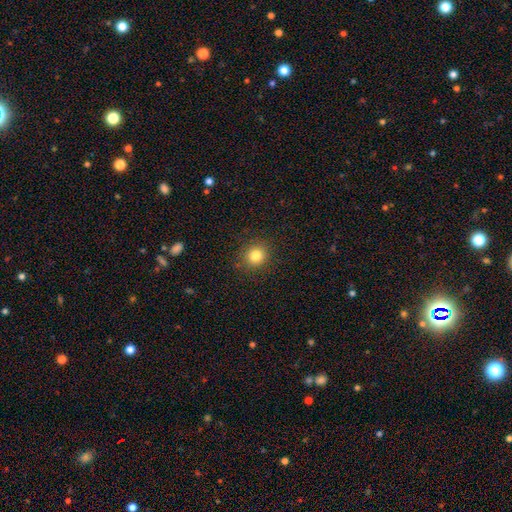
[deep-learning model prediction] Smooth or featured: smooth — 82% (star or artifact — 12%)
How rounded: round — 86% (in between — 13%)
Merging: none — 89% (minor disturbance — 8%)